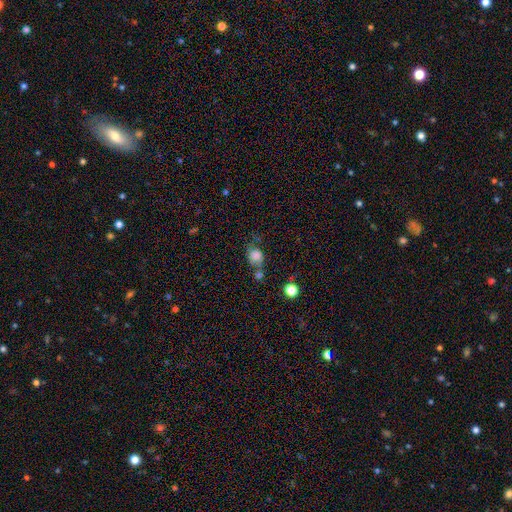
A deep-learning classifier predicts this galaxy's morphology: Overall: smooth (74%). How rounded: round (56%; in between 42%). Merging: none (39%; minor disturbance 24%).